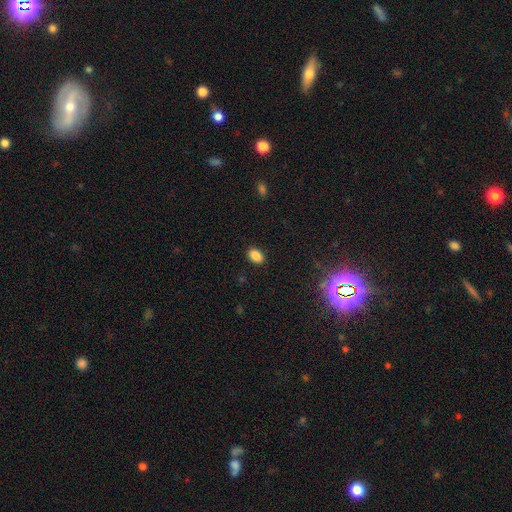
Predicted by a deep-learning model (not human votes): smooth_or_featured: smooth (p=0.87) [alt: star or artifact p=0.09]
how_rounded: in between (p=0.88) [alt: round p=0.10]
merging: none (p=0.88) [alt: minor disturbance p=0.08]